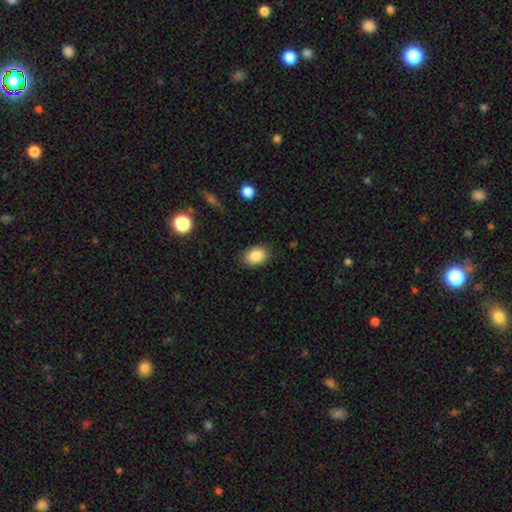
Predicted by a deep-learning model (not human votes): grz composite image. It shows a smooth galaxy with no disk features (87%) that is in between round and cigar-shaped (82%). Merging: none (86%).